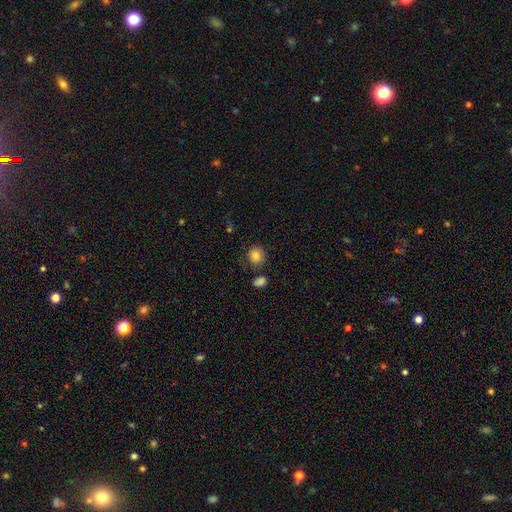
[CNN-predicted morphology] This appears to be a smooth galaxy with no disk features (83%) that is round (86%). Merging: none (78%).